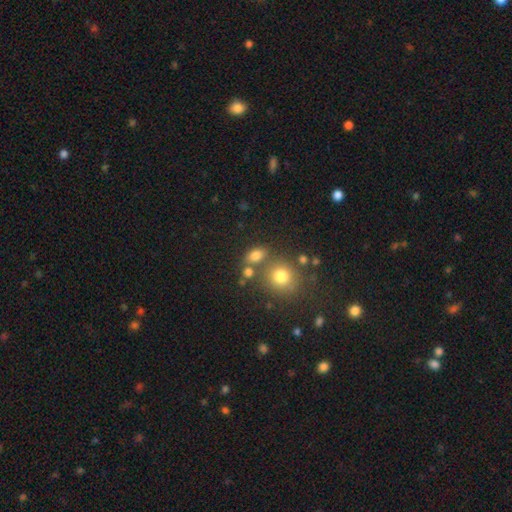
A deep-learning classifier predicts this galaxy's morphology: type=smooth (77%); roundness=in between (70%); merging=none (64%).